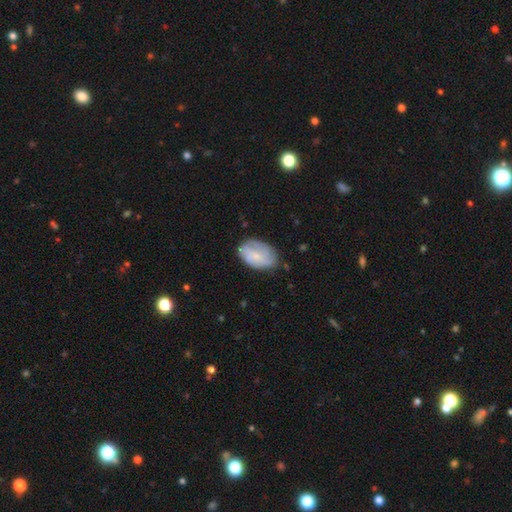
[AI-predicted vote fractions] Overall: featured or disk (52%; smooth 41%). Edge-on disk: no (96%). Bar: no (69%). Spiral arms: yes (77%). Bulge size: small (67%). Merging: none (69%).